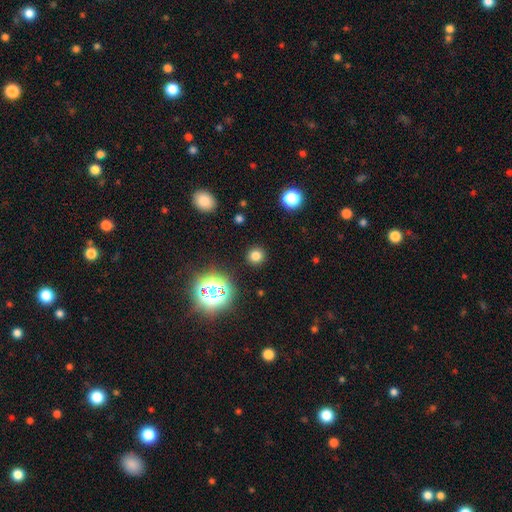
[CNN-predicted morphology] This is likely a smooth galaxy (75%). How rounded: clearly round (92%). Merging: clearly none (90%).